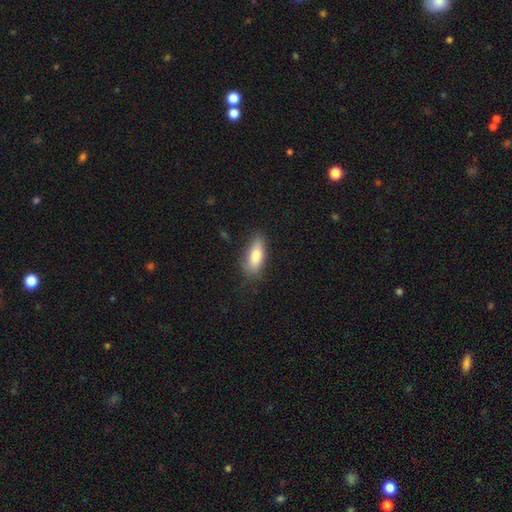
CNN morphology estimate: Overall: smooth (80%). How rounded: in between (72%). Merging: none (74%).